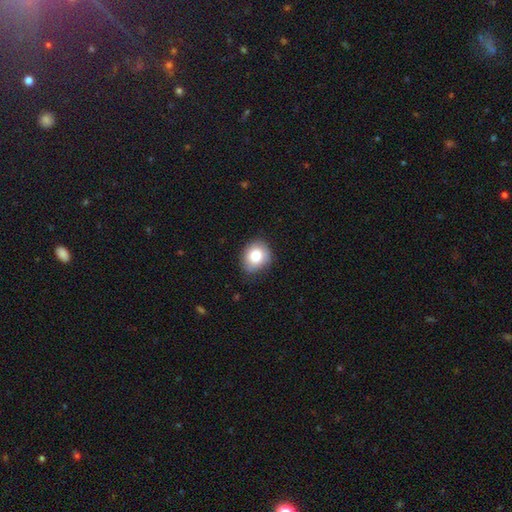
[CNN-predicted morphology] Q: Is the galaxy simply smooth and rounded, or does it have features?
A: smooth — 82%.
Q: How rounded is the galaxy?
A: round — 58%.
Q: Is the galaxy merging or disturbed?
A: none — 76%.